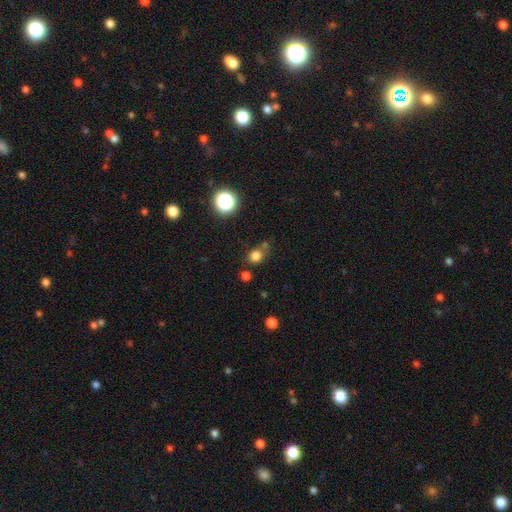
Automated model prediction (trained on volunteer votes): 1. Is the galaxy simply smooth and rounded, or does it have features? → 77% smooth, 18% star or artifact, 5% featured or disk.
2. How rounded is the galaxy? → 81% round, 18% in between, 1% cigar-shaped.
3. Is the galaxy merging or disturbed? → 67% none, 14% merger, 14% minor disturbance, 5% major disturbance.